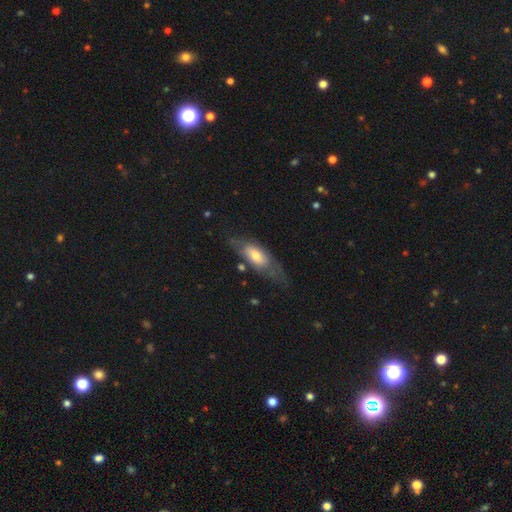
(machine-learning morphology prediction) smooth_or_featured: smooth (p=0.49) [alt: featured or disk p=0.44]
merging: none (p=0.54) [alt: minor disturbance p=0.25]